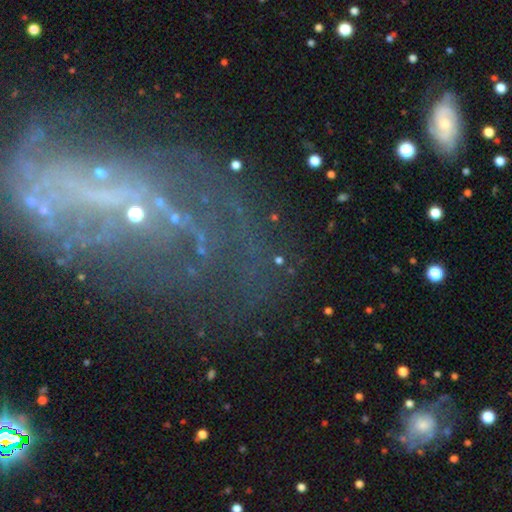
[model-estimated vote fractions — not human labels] smooth-or-featured: featured or disk: 52% | star or artifact: 33% | smooth: 15%
  disk-edge-on: no: 92% | yes: 8%
  merging: none: 50% | major disturbance: 26% | minor disturbance: 16% | merger: 7%